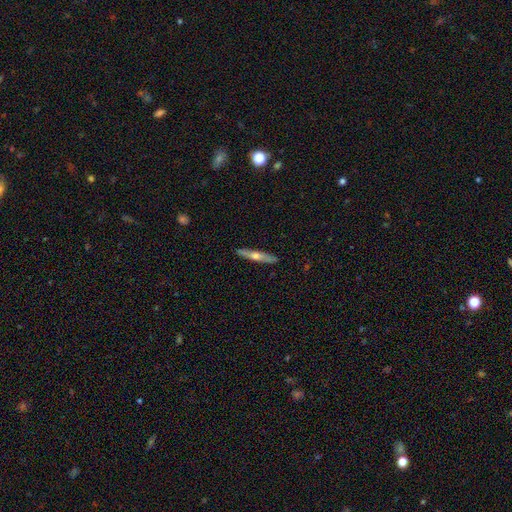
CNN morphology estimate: smooth_or_featured: featured or disk (p=0.61) [alt: smooth p=0.33]
disk_edge_on: yes (p=0.95) [alt: no p=0.05]
edge_on_bulge: rounded (p=0.88) [alt: none p=0.10]
merging: none (p=0.91) [alt: minor disturbance p=0.07]